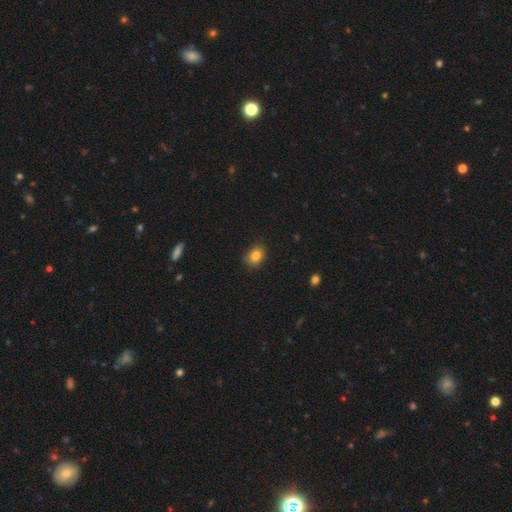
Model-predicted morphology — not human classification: Smooth or featured? Predicted: smooth (p=0.84). How rounded? Predicted: in between (p=0.60). Merging? Predicted: none (p=0.82).